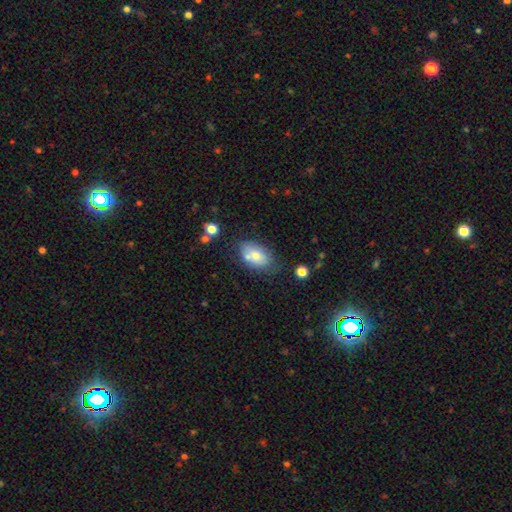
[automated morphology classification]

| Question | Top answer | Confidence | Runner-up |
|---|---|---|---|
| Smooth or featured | smooth | 71% | featured or disk (20%) |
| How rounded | in between | 88% | round (10%) |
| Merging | none | 58% | minor disturbance (20%) |